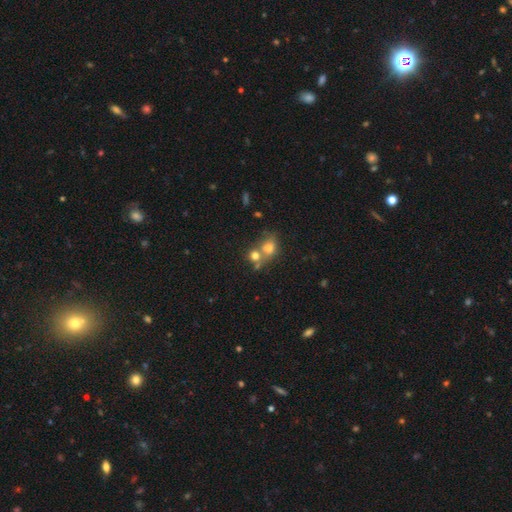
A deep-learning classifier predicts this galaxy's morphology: This appears to be a smooth galaxy with no disk features (72%) that is round (71%). Merging: merger (53%).